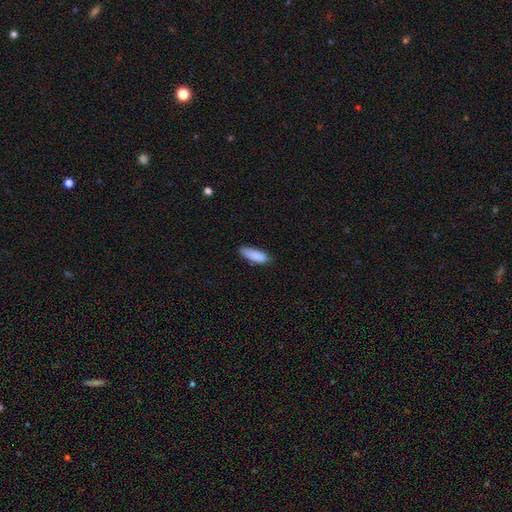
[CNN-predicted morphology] Overall: smooth (88%). How rounded: in between (54%; cigar-shaped 44%). Merging: none (74%).